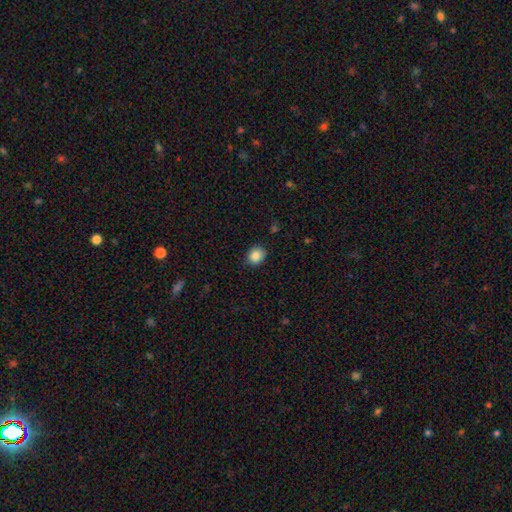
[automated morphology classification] Smooth or featured? Predicted: smooth (p=0.87). How rounded? Predicted: round (p=0.72). Merging? Predicted: none (p=0.83).